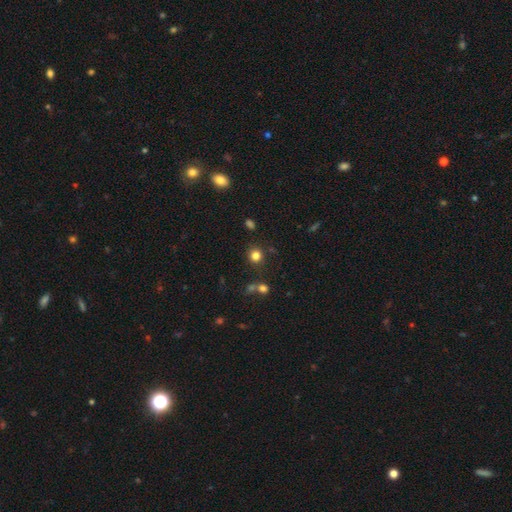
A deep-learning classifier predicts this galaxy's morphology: smooth 80%, star or artifact 15%, featured or disk 5%. Down the decision tree: how rounded — round (88%); merging — none (84%).